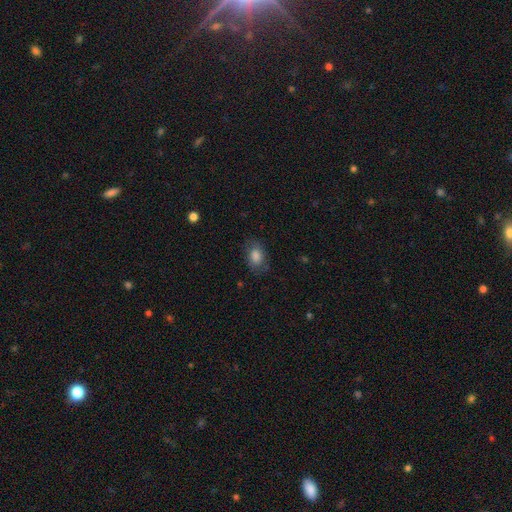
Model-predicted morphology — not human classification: Smooth or featured? smooth (81%)
How rounded? in between (80%)
Merging? none (74%)